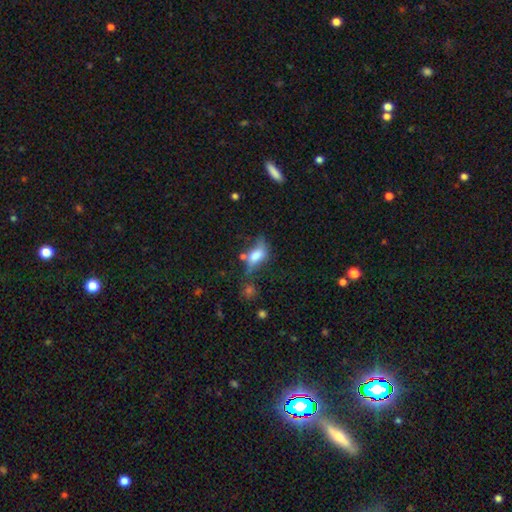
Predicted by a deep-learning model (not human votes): Smooth or featured? smooth (67%)
How rounded? in between (82%)
Merging? none (36%)